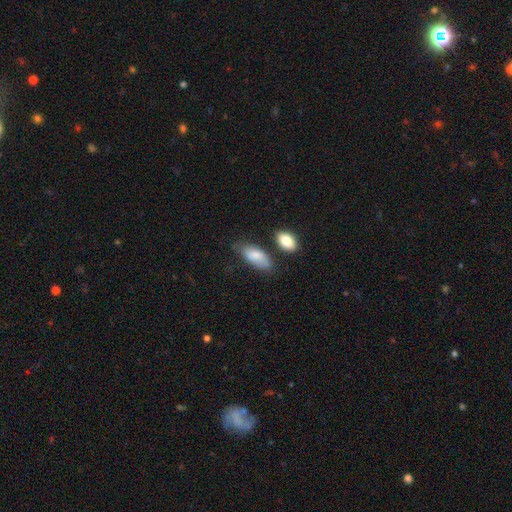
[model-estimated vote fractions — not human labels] Smooth or featured? smooth (82%)
How rounded? in between (88%)
Merging? none (59%)